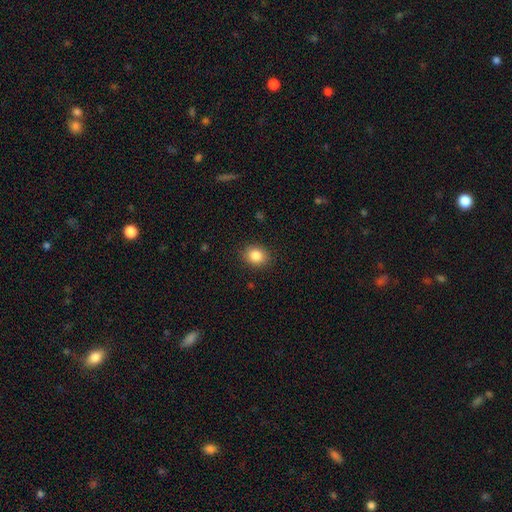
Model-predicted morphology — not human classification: type=smooth (85%); roundness=round (54%); merging=none (89%).